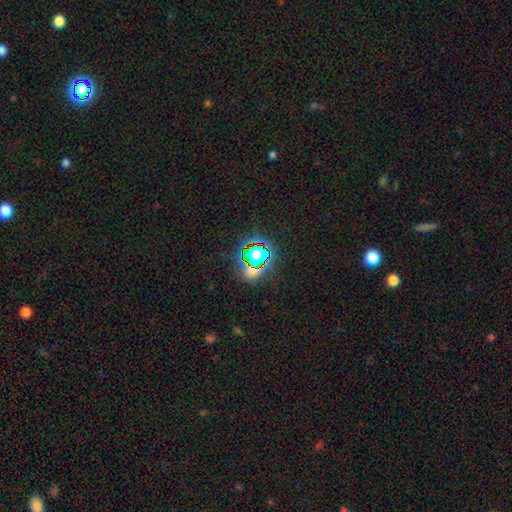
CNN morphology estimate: This is possibly a star or artifact rather than a galaxy (60%).